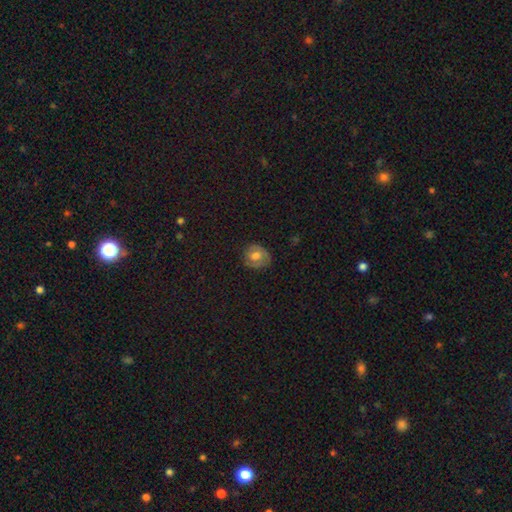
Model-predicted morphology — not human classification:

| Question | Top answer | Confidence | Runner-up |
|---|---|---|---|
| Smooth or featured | smooth | 60% | featured or disk (31%) |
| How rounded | round | 69% | in between (30%) |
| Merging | none | 70% | minor disturbance (21%) |